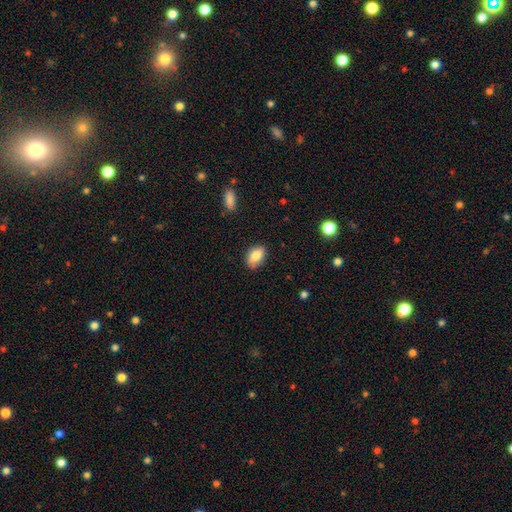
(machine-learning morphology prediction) Smooth or featured? smooth (81%)
How rounded? in between (85%)
Merging? none (81%)